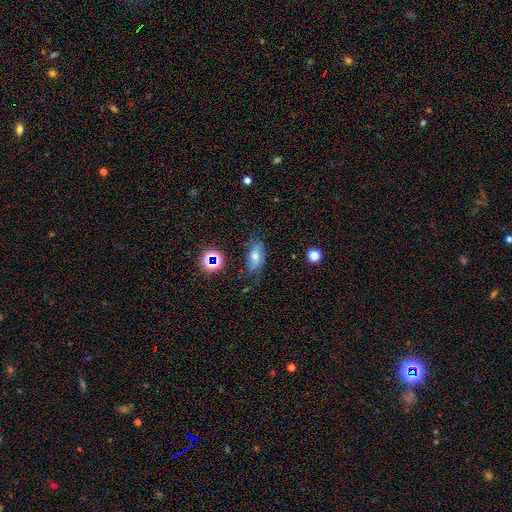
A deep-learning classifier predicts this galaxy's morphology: type=smooth (60%); roundness=in between (83%); merging=none (66%).